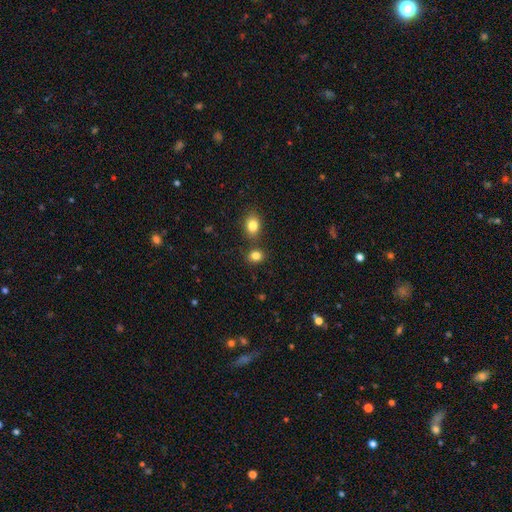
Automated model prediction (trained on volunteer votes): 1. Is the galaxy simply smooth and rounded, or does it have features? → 83% smooth, 11% star or artifact, 5% featured or disk.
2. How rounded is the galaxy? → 53% round, 46% in between, 1% cigar-shaped.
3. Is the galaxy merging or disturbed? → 69% none, 18% merger, 10% minor disturbance, 3% major disturbance.